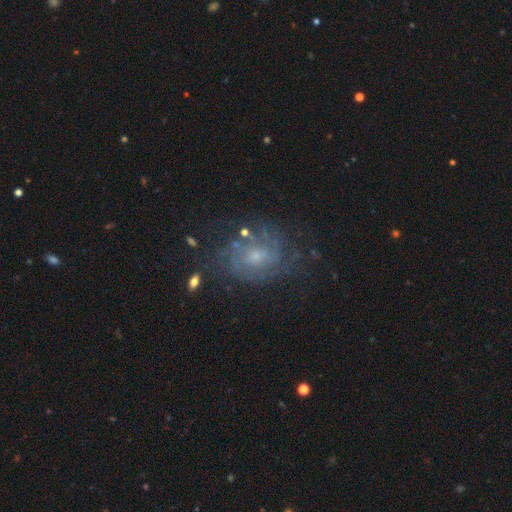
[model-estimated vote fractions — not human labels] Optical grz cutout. It shows a featured or disk galaxy (73%) with no bar (59%), tight (53%) spiral arms (86%) and a small central bulge (56%). Merging: none (68%).